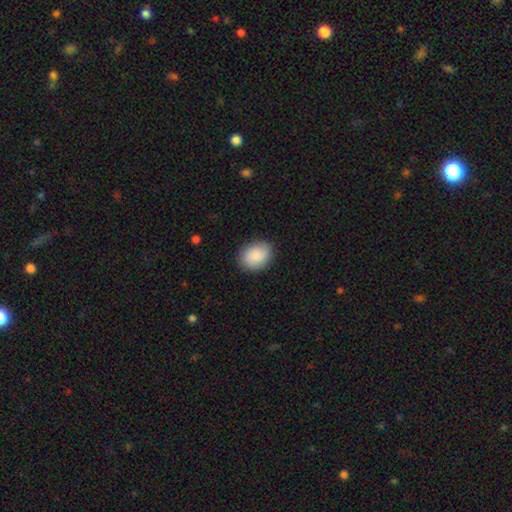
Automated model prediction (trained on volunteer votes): smooth-or-featured: smooth: 88% | star or artifact: 6% | featured or disk: 6%
  how-rounded: in between: 57% | round: 42% | cigar-shaped: 1%
  merging: none: 87% | minor disturbance: 10% | major disturbance: 3% | merger: 1%